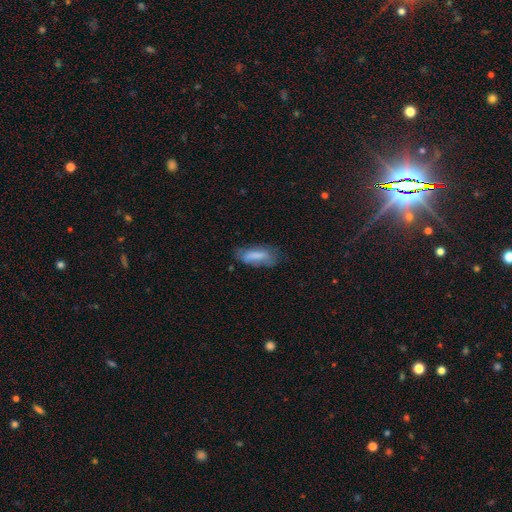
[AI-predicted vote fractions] A smooth galaxy with no disk features (72%) that is in between round and cigar-shaped (65%).

Vote fractions:
- Smooth or featured? smooth: 72% / featured or disk: 21% / star or artifact: 8%
- How rounded? in between: 65% / cigar-shaped: 33% / round: 2%
- Merging? none: 57% / minor disturbance: 28% / major disturbance: 12% / merger: 2%